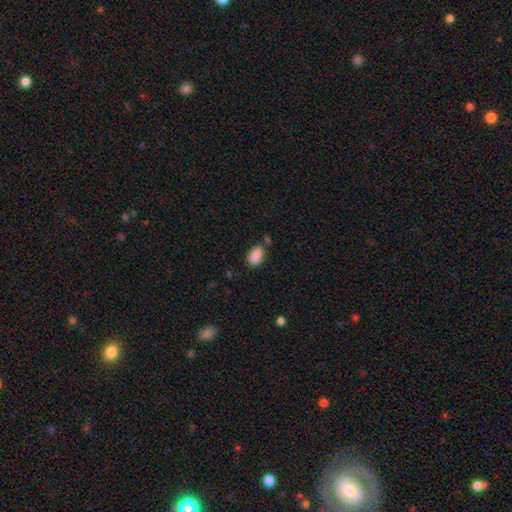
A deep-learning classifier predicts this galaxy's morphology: Smooth or featured? smooth (89%)
How rounded? in between (91%)
Merging? none (74%)